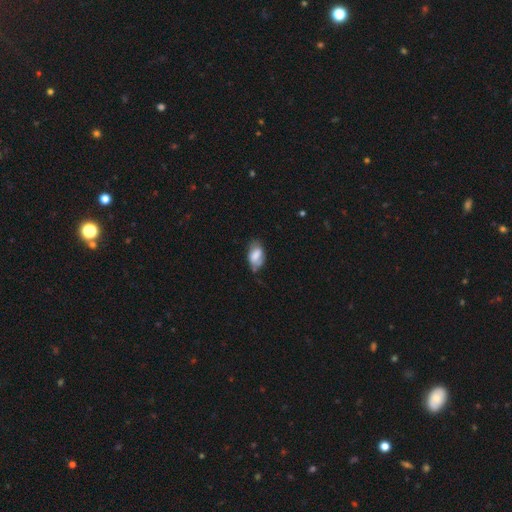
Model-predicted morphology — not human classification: Overall: smooth (67%). How rounded: in between (92%). Merging: none (47%; minor disturbance 37%).